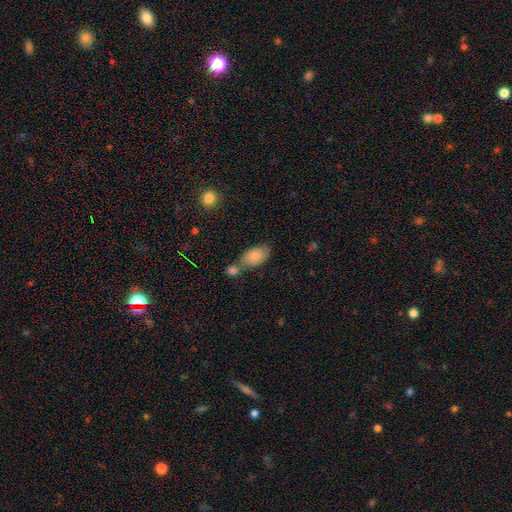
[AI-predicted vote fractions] The model was most divided on "merging": none: 44%, merger: 35%, minor disturbance: 15%, major disturbance: 5%. More confident: how rounded — in between (90%); smooth or featured — smooth (78%).